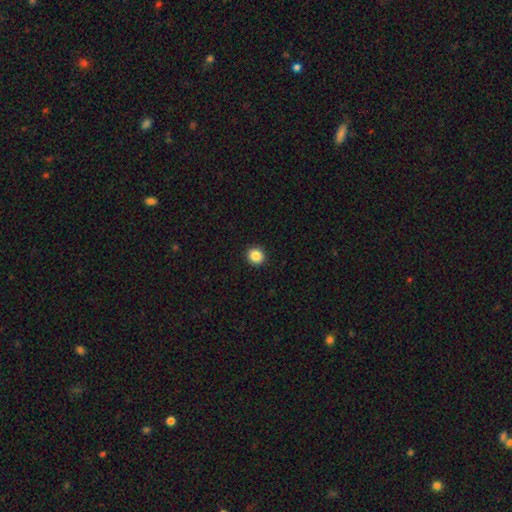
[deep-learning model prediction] Smooth or featured? Predicted: smooth (p=0.86). How rounded? Predicted: round (p=0.91). Merging? Predicted: none (p=0.93).